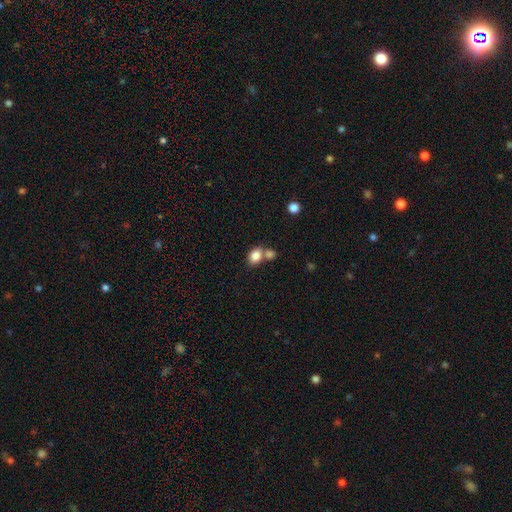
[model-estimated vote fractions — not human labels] smooth 84%, star or artifact 9%, featured or disk 7%. Down the decision tree: how rounded — in between (70%); merging — none (44%).